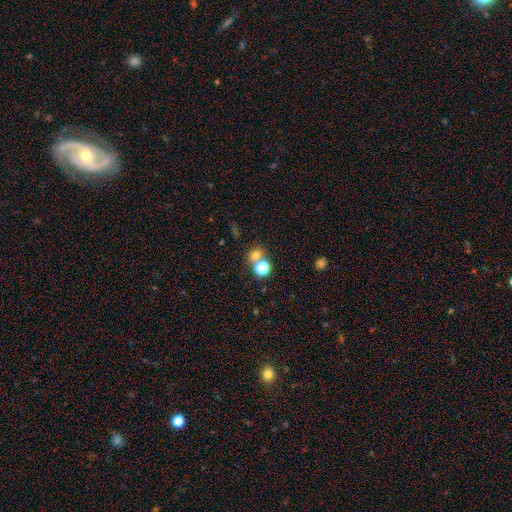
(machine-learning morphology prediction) smooth 69%, star or artifact 23%, featured or disk 8%. Down the decision tree: how rounded — round (77%); merging — none (59%).